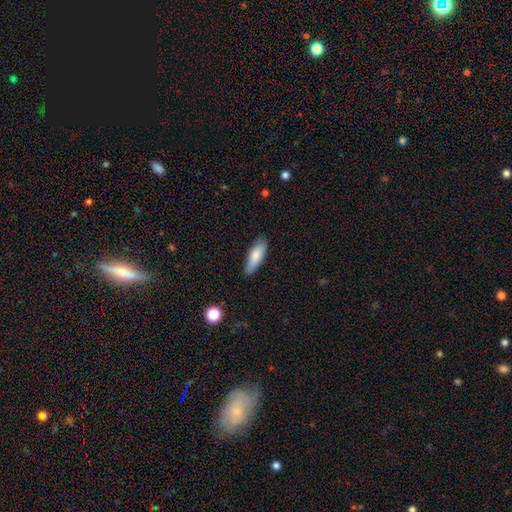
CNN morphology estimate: Smooth or featured? smooth (79%)
How rounded? cigar-shaped (51%)
Merging? none (80%)